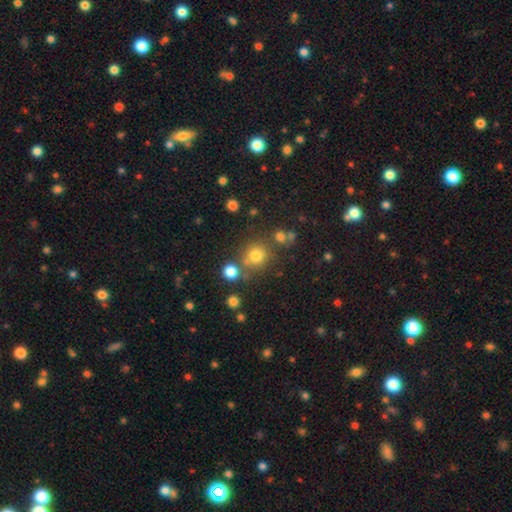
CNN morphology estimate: type=smooth (74%); roundness=round (88%); merging=none (70%).